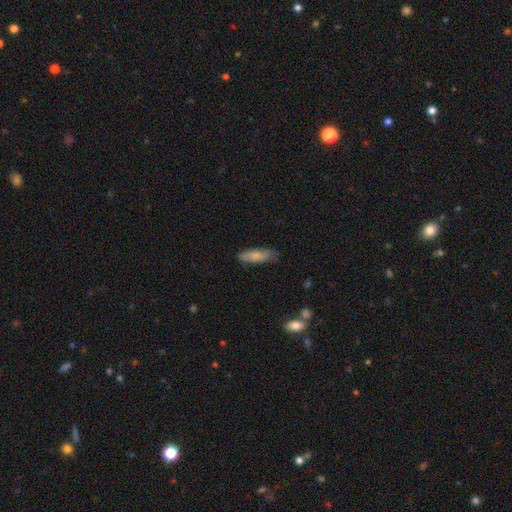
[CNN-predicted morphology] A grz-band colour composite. It shows a smooth galaxy with no disk features (81%) that is in between round and cigar-shaped (52%). Merging: none (77%).